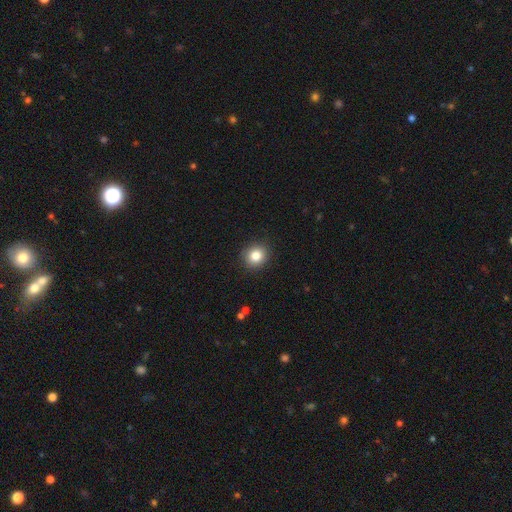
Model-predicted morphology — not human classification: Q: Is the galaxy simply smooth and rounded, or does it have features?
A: smooth — 85%.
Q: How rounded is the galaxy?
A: round — 81%.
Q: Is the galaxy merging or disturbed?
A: none — 90%.